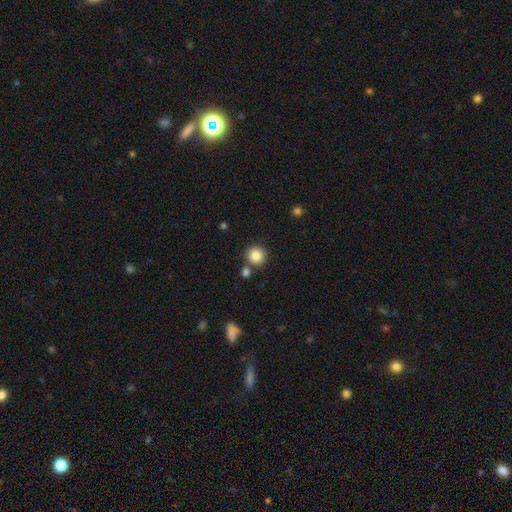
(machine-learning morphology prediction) Smooth or featured: smooth — 86% (star or artifact — 10%)
How rounded: round — 94% (in between — 6%)
Merging: none — 79% (merger — 11%)